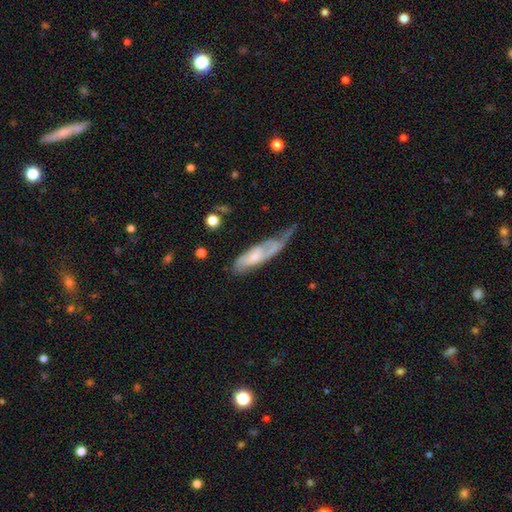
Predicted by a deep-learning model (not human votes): smooth_or_featured: featured or disk (p=0.60) [alt: smooth p=0.34]
disk_edge_on: no (p=0.80) [alt: yes p=0.20]
merging: major disturbance (p=0.35) [alt: minor disturbance p=0.33]